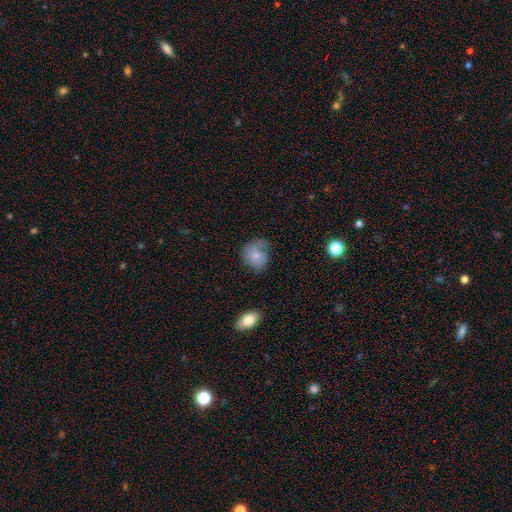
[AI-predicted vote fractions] Smooth or featured: smooth — 68% (featured or disk — 24%)
How rounded: round — 62% (in between — 37%)
Merging: none — 44% (minor disturbance — 32%)